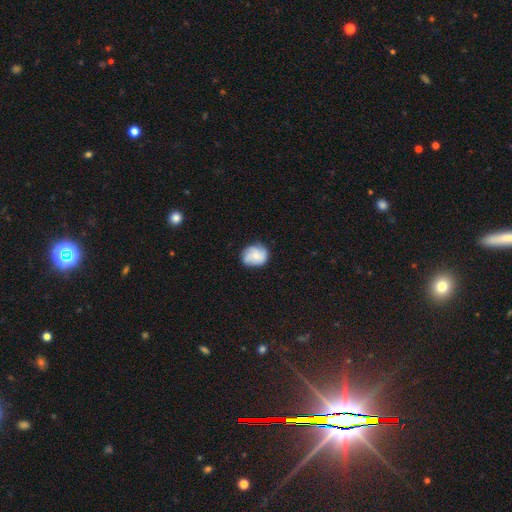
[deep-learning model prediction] Overall: featured or disk (49%; smooth 43%). Merging: none (76%).